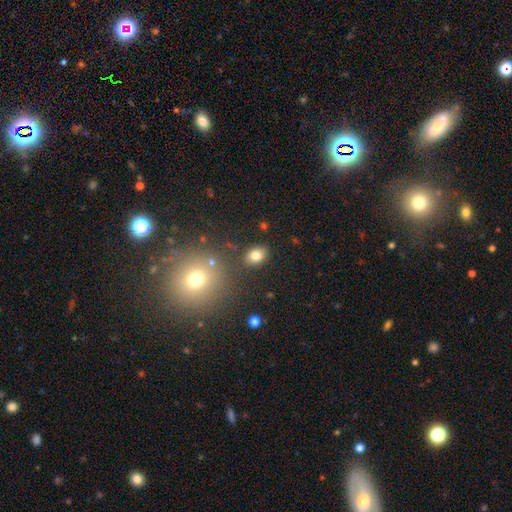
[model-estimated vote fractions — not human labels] smooth-or-featured: smooth: 80% | star or artifact: 12% | featured or disk: 8%
  how-rounded: in between: 66% | round: 33% | cigar-shaped: 1%
  merging: none: 83% | minor disturbance: 10% | merger: 4% | major disturbance: 3%